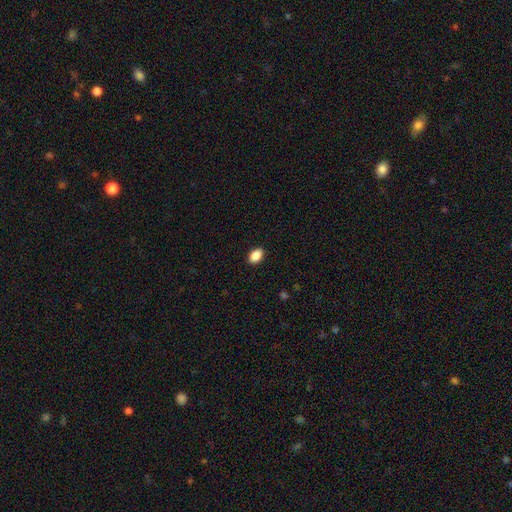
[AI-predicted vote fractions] A smooth galaxy with no disk features (89%) that is in between round and cigar-shaped (89%). Merging: none (89%).